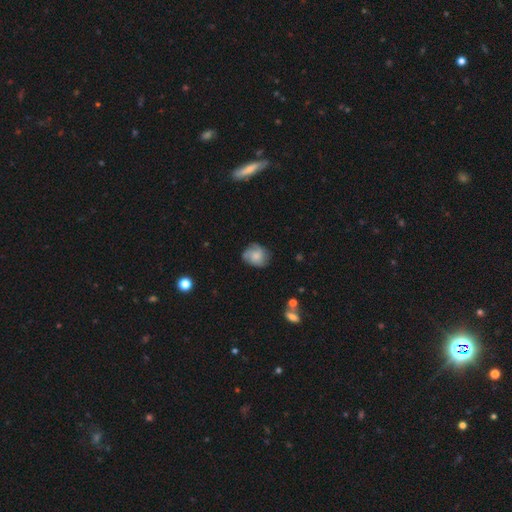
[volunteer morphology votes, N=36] Q: Smooth or featured?
A: smooth (58%); runner-up: featured or disk (39%)
Q: How rounded?
A: in between (52%); runner-up: round (43%)
Q: Merging?
A: none (74%); runner-up: major disturbance (14%)